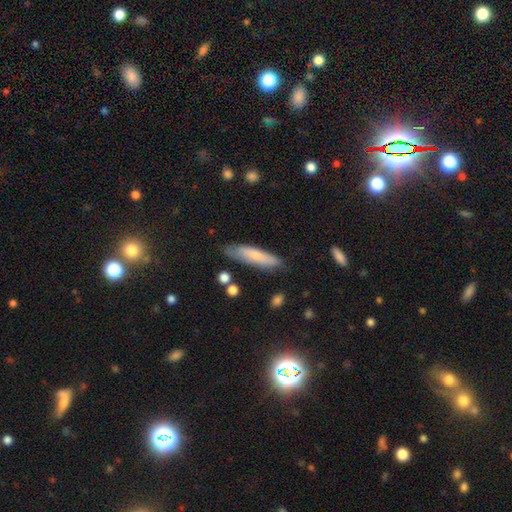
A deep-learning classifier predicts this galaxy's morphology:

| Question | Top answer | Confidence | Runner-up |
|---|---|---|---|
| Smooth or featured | smooth | 73% | featured or disk (20%) |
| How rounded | cigar-shaped | 77% | in between (21%) |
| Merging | none | 76% | minor disturbance (18%) |